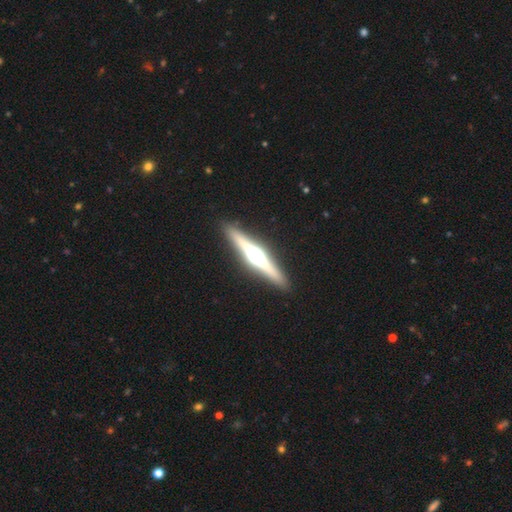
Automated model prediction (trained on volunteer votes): smooth-or-featured: featured or disk: 76% | smooth: 18% | star or artifact: 6%
  disk-edge-on: yes: 97% | no: 3%
    edge-on-bulge: rounded: 91% | boxy: 6% | none: 3%
  merging: none: 91% | minor disturbance: 6% | major disturbance: 2% | merger: 1%